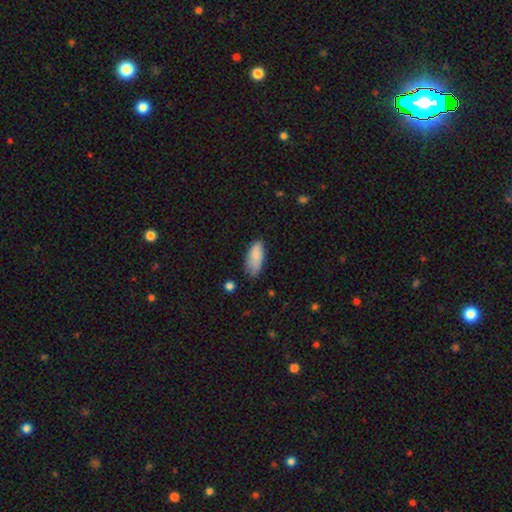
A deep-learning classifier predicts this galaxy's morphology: A smooth galaxy with no disk features (85%) that is in between round and cigar-shaped (85%). Merging: none (62%).